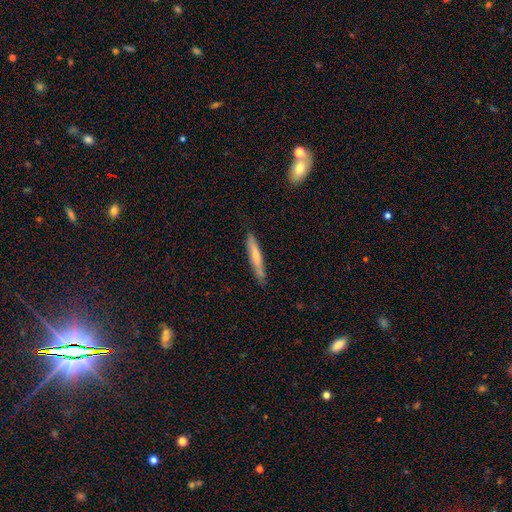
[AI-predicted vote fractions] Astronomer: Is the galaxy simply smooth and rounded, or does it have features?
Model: smooth — 60%.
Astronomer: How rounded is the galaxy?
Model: cigar-shaped — 93%.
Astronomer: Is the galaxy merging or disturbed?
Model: none — 83%.